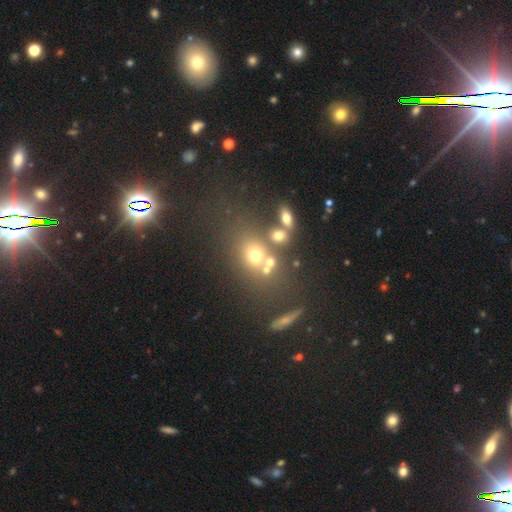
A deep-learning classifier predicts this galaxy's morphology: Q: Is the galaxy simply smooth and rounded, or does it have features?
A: smooth — 53%.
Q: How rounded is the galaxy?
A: round — 55%.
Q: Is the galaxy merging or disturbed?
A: none — 48%.